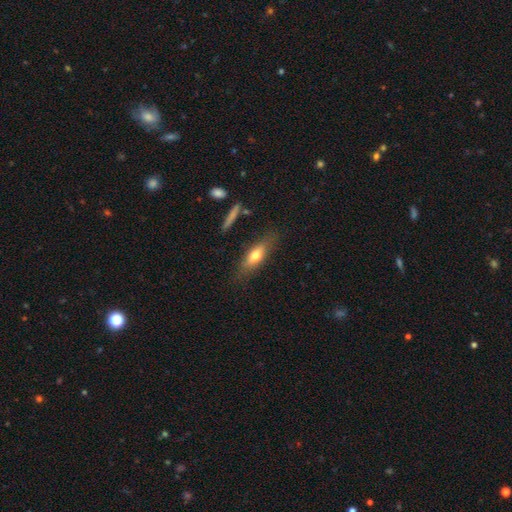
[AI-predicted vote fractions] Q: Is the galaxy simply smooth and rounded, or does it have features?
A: smooth — 66%.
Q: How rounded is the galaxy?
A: in between — 54%.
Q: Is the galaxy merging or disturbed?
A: none — 79%.